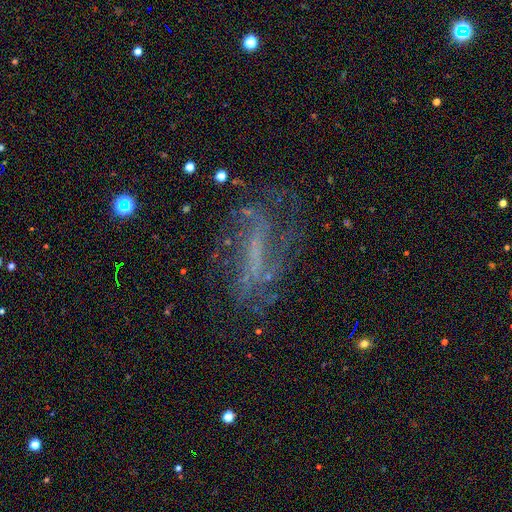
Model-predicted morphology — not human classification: smooth-or-featured: featured or disk: 64% | star or artifact: 20% | smooth: 16%
  disk-edge-on: no: 79% | yes: 21%
    bar: strong: 40% | no: 30% | weak: 29%
    has-spiral-arms: yes: 69% | no: 31%
    bulge-size: none: 60% | small: 23% | moderate: 13% | large: 3% | dominant: 1%
  merging: none: 57% | major disturbance: 21% | minor disturbance: 19% | merger: 3%